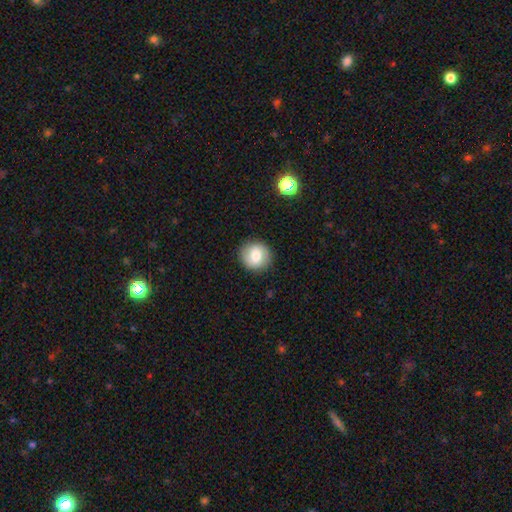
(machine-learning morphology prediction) smooth 74%, featured or disk 18%, star or artifact 8%. Down the decision tree: how rounded — round (89%); merging — none (89%).